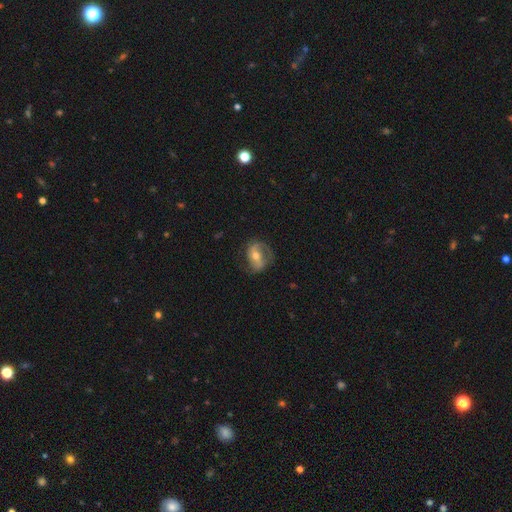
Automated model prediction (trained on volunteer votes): featured or disk 68%, smooth 26%, star or artifact 7%. Down the decision tree: edge-on disk — no (96%); bar — weak (37%); spiral arms — yes (82%); spiral arm count — 2 (75%); spiral winding — medium (44%); bulge size — moderate (66%); merging — none (64%).